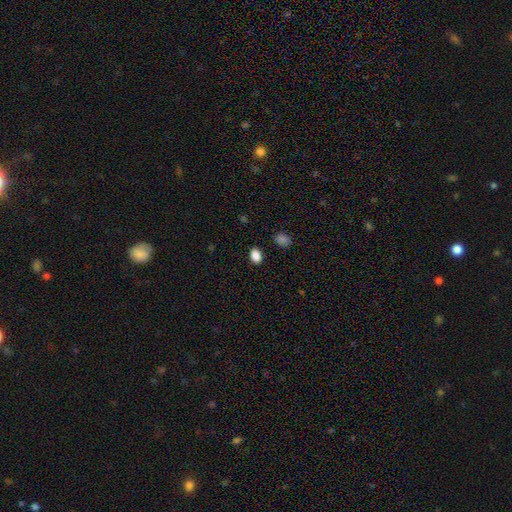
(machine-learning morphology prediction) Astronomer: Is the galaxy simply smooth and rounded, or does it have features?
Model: smooth — 87%.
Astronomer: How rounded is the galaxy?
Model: in between — 83%.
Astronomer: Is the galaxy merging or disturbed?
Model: none — 89%.